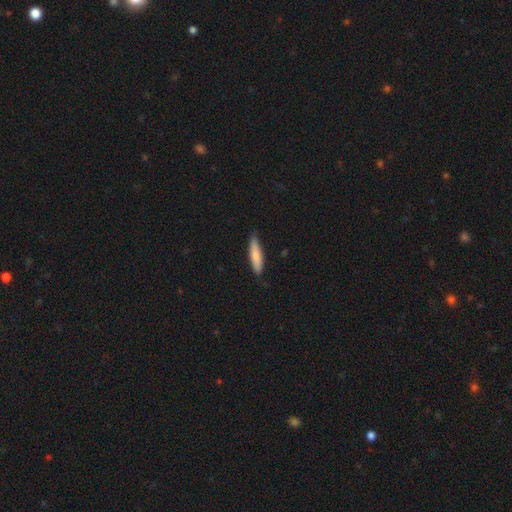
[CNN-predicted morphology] Smooth or featured: smooth — 80% (featured or disk — 15%)
How rounded: cigar-shaped — 79% (in between — 20%)
Merging: none — 83% (minor disturbance — 14%)